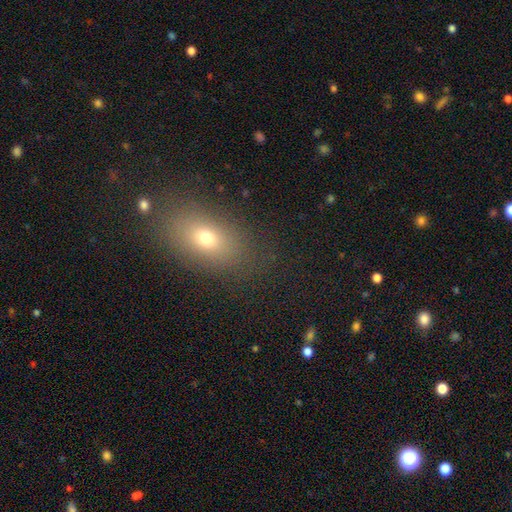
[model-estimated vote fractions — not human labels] A smooth galaxy with no disk features (67%) that is in between round and cigar-shaped (80%). Merging: none (86%).